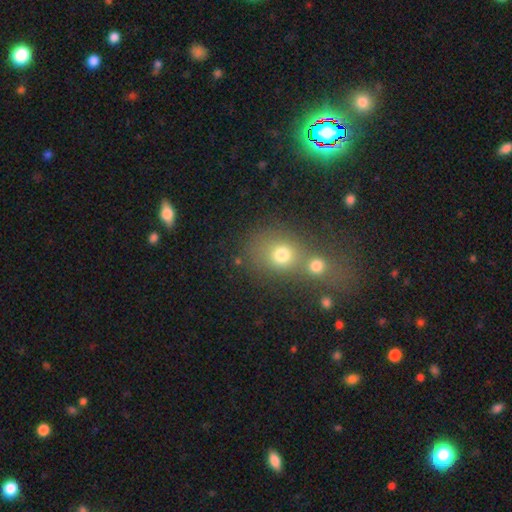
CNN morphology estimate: smooth-or-featured: smooth: 57% | star or artifact: 30% | featured or disk: 13%
  how-rounded: round: 70% | in between: 28% | cigar-shaped: 2%
  merging: merger: 48% | none: 40% | minor disturbance: 8% | major disturbance: 5%